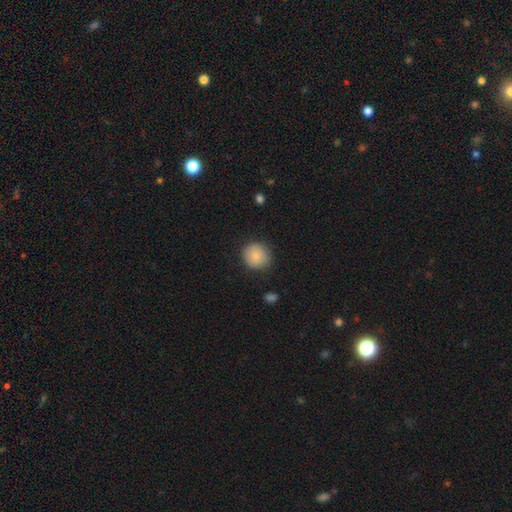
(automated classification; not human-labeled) A smooth galaxy with no disk features (84%) that is round (89%).

Vote fractions:
- Smooth or featured? smooth: 84% / star or artifact: 8% / featured or disk: 7%
- How rounded? round: 89% / in between: 10% / cigar-shaped: 1%
- Merging? none: 85% / minor disturbance: 11% / major disturbance: 3% / merger: 1%